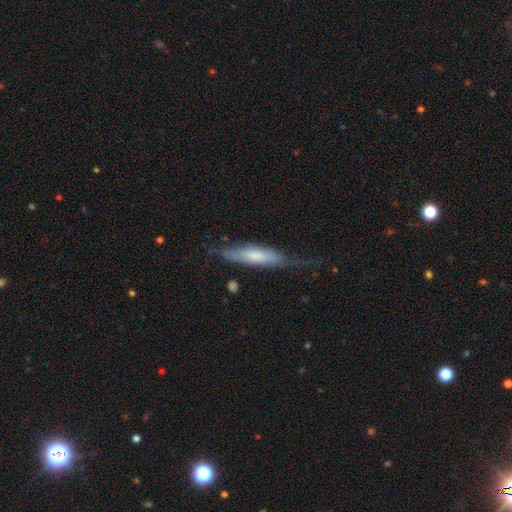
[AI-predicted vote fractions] smooth-or-featured: smooth: 56% | featured or disk: 38% | star or artifact: 6%
  how-rounded: cigar-shaped: 75% | in between: 23% | round: 2%
  merging: none: 49% | minor disturbance: 30% | major disturbance: 18% | merger: 3%